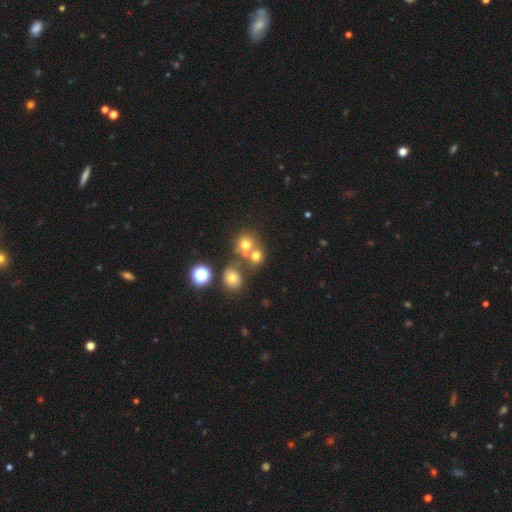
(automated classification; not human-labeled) Smooth or featured?
  - smooth: 66% *
  - star or artifact: 21%
  - featured or disk: 13%
How rounded?
  - round: 77% *
  - in between: 22%
  - cigar-shaped: 1%
Merging?
  - none: 49% *
  - merger: 39%
  - minor disturbance: 8%
  - major disturbance: 4%